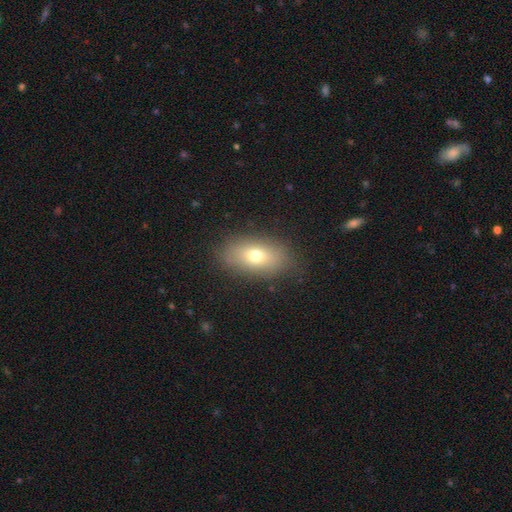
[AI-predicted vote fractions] This is likely a smooth galaxy (70%). How rounded: clearly in between (86%). Merging: clearly none (83%).